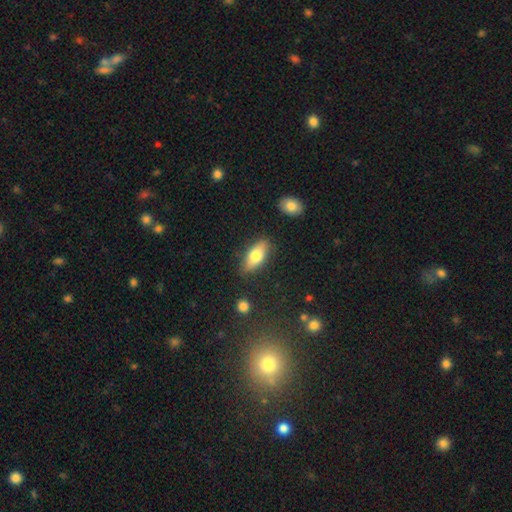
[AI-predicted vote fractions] Smooth or featured: smooth — 69% (featured or disk — 24%)
How rounded: in between — 78% (cigar-shaped — 19%)
Merging: none — 81% (minor disturbance — 13%)